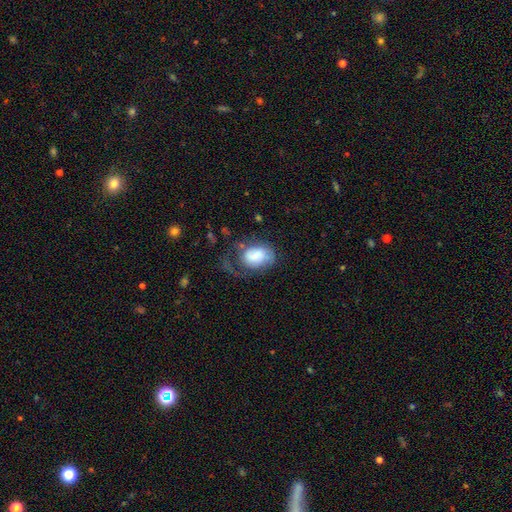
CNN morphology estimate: Smooth or featured? Predicted: smooth (p=0.64). How rounded? Predicted: in between (p=0.78). Merging? Predicted: major disturbance (p=0.43).